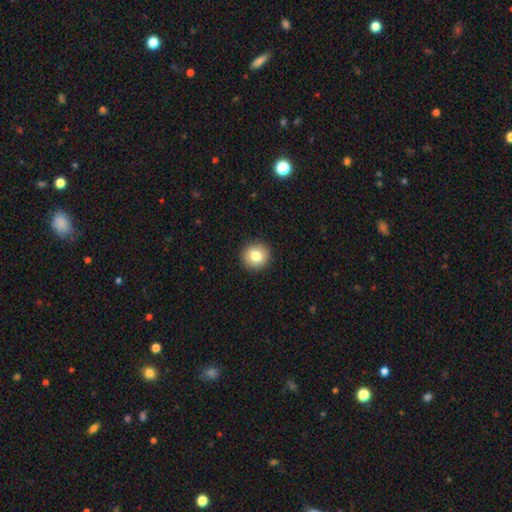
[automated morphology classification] Smooth or featured? smooth (81%)
How rounded? round (90%)
Merging? none (92%)